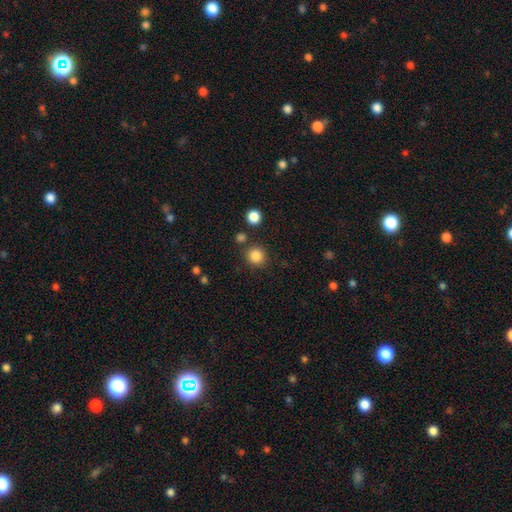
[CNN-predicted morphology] Overall: smooth (85%). How rounded: round (93%). Merging: none (85%).